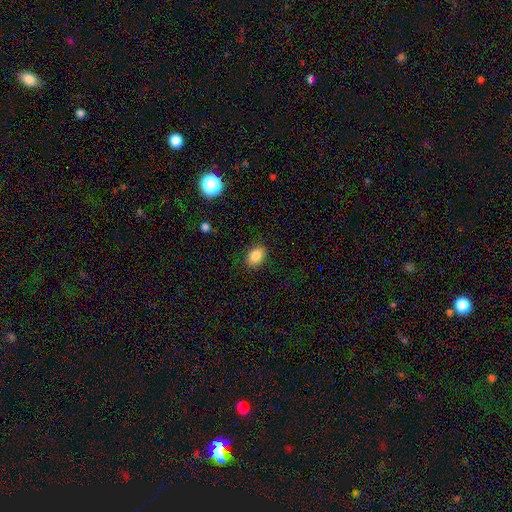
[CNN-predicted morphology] This appears to be a smooth galaxy with no disk features (86%) that is in between round and cigar-shaped (79%). Merging: none (88%).